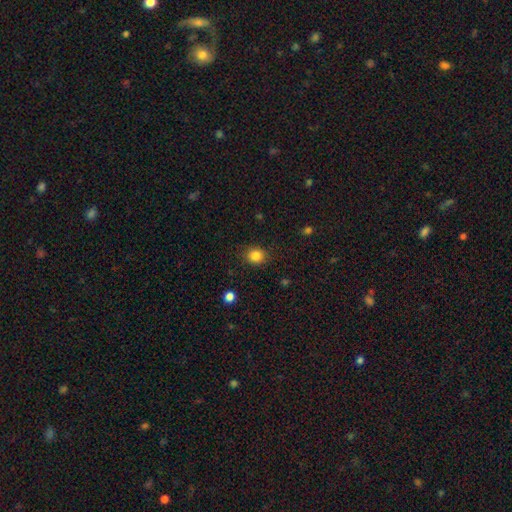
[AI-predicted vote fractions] smooth_or_featured: smooth (p=0.84) [alt: star or artifact p=0.11]
how_rounded: round (p=0.79) [alt: in between p=0.20]
merging: none (p=0.87) [alt: minor disturbance p=0.09]